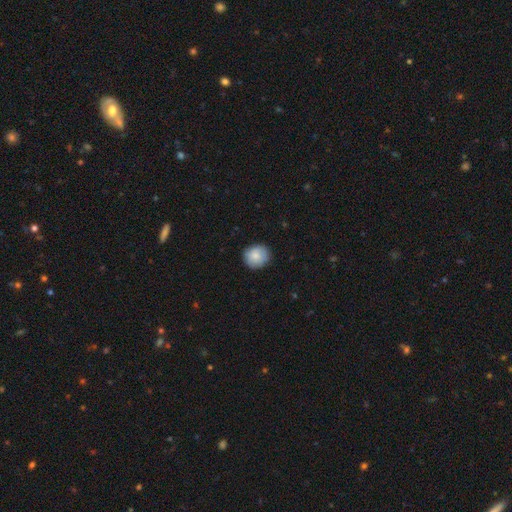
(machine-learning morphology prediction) Smooth or featured? Predicted: smooth (p=0.83). How rounded? Predicted: round (p=0.85). Merging? Predicted: none (p=0.83).